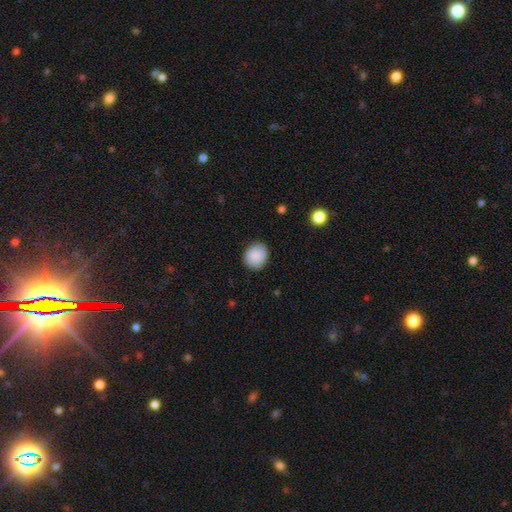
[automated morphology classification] smooth_or_featured: smooth (p=0.86) [alt: featured or disk p=0.08]
how_rounded: round (p=0.70) [alt: in between p=0.29]
merging: none (p=0.86) [alt: minor disturbance p=0.10]